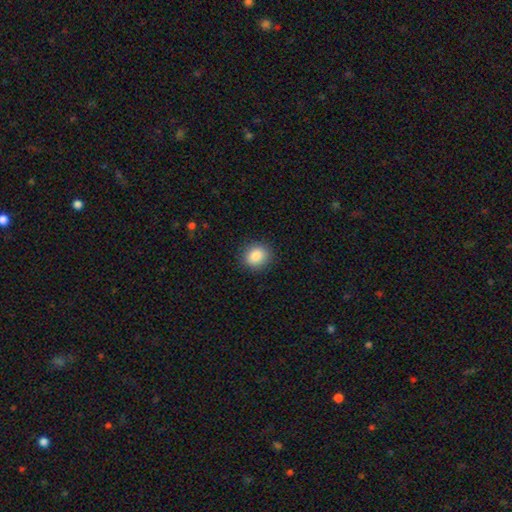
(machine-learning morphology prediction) A smooth galaxy with no disk features (87%) that is round (74%). Merging: none (89%).